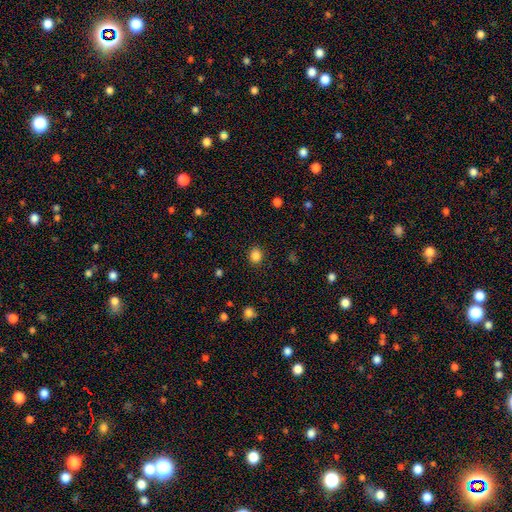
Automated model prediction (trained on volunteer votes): smooth_or_featured: smooth (p=0.85) [alt: star or artifact p=0.11]
how_rounded: round (p=0.69) [alt: in between p=0.30]
merging: none (p=0.89) [alt: minor disturbance p=0.07]